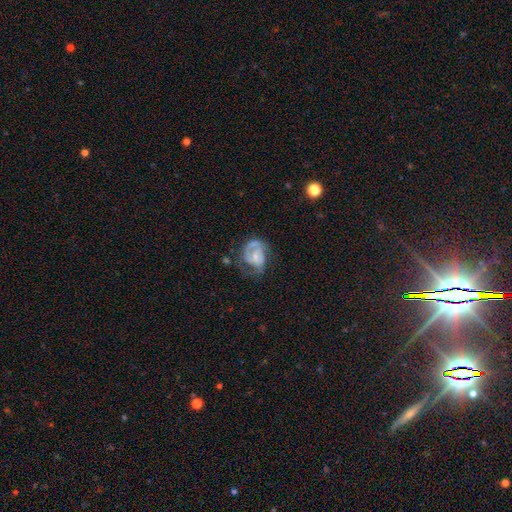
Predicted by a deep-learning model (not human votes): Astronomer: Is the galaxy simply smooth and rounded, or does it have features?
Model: featured or disk — 64%.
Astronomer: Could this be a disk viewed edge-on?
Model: no — 97%.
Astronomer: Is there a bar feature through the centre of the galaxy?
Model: no — 64%.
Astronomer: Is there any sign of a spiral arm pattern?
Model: yes — 71%.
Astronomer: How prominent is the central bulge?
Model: small — 51% (runner-up: moderate, 40%).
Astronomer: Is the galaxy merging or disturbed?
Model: none — 36% (runner-up: major disturbance, 33%).